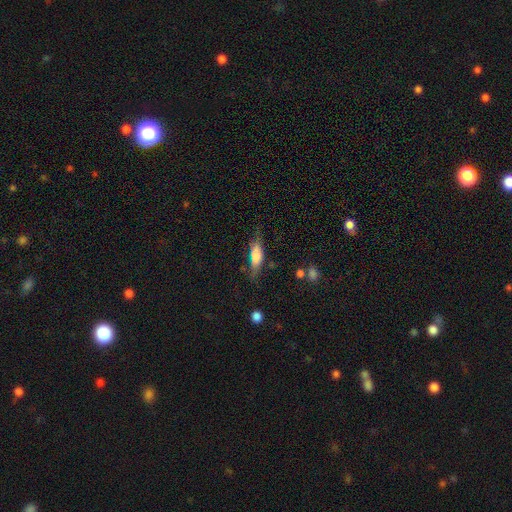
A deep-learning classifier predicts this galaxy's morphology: type=smooth (62%); roundness=in between (50%); merging=none (64%).